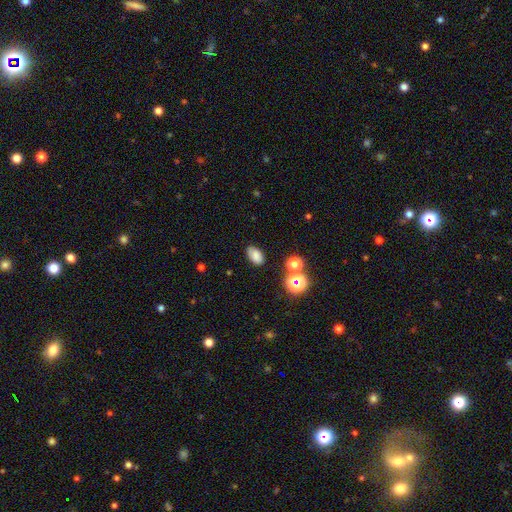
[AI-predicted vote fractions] Smooth or featured?
  - smooth: 80% *
  - star or artifact: 13%
  - featured or disk: 7%
How rounded?
  - in between: 91% *
  - round: 8%
  - cigar-shaped: 2%
Merging?
  - none: 82% *
  - minor disturbance: 12%
  - major disturbance: 3%
  - merger: 3%